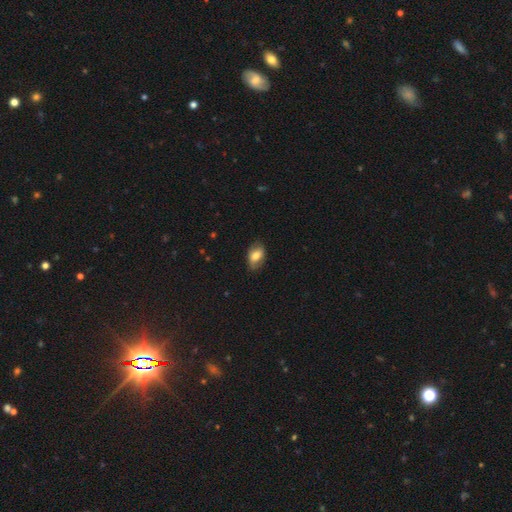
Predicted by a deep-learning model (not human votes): Smooth or featured?
  - smooth: 71% *
  - featured or disk: 21%
  - star or artifact: 7%
How rounded?
  - in between: 90% *
  - round: 8%
  - cigar-shaped: 2%
Merging?
  - none: 77% *
  - minor disturbance: 18%
  - major disturbance: 4%
  - merger: 1%